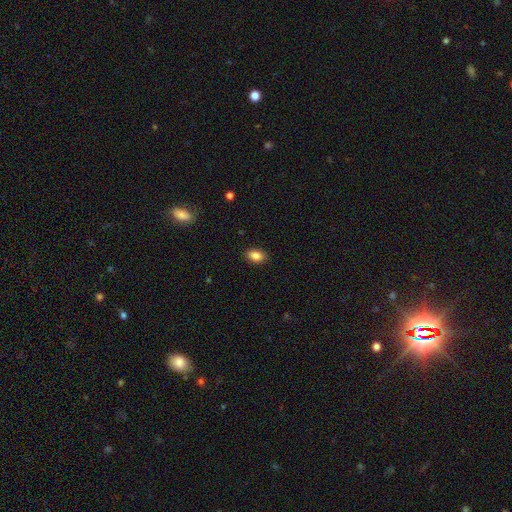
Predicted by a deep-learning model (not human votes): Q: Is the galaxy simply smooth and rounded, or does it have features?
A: smooth — 86%.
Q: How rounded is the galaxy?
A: in between — 89%.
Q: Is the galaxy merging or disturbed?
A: none — 89%.